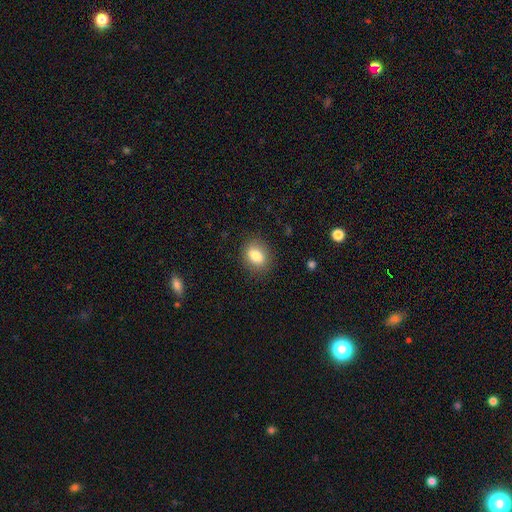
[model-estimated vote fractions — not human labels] smooth-or-featured: smooth: 82% | featured or disk: 9% | star or artifact: 9%
  how-rounded: in between: 59% | round: 40% | cigar-shaped: 1%
  merging: none: 85% | minor disturbance: 10% | major disturbance: 3% | merger: 1%